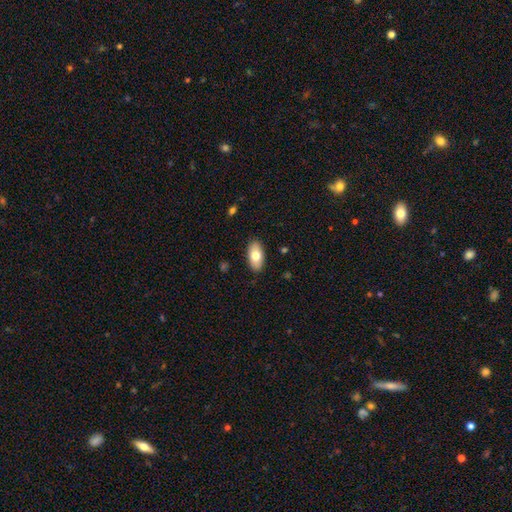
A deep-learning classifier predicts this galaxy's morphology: type=smooth (76%); roundness=in between (93%); merging=none (89%).